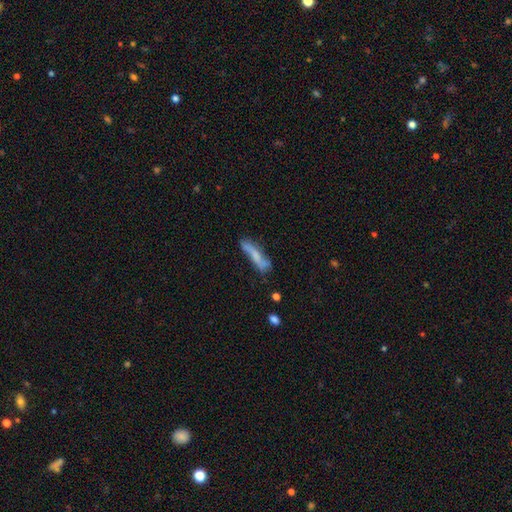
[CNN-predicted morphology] Smooth or featured? smooth (56%)
How rounded? cigar-shaped (83%)
Merging? none (57%)